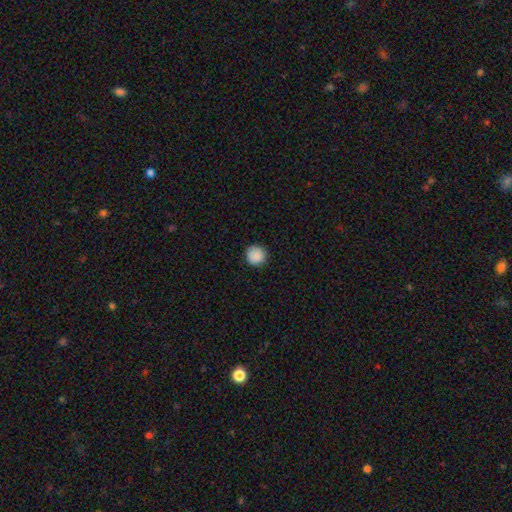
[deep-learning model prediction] This is clearly a smooth galaxy (89%). How rounded: clearly round (95%). Merging: clearly none (91%).